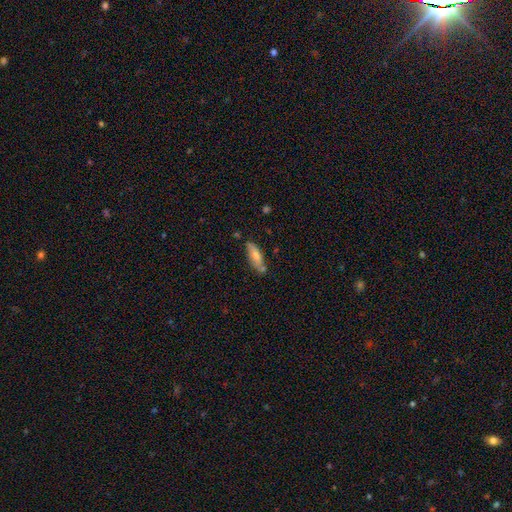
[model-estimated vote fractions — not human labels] A smooth galaxy with no disk features (72%) that is in between round and cigar-shaped (52%). Merging: none (67%).